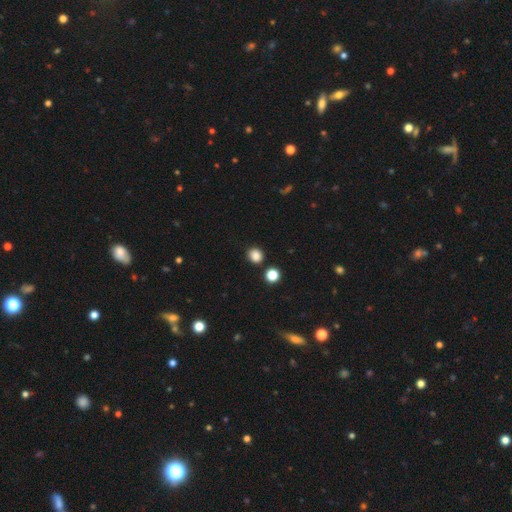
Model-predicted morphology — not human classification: smooth 85%, star or artifact 12%, featured or disk 3%. Down the decision tree: how rounded — round (79%); merging — none (85%).